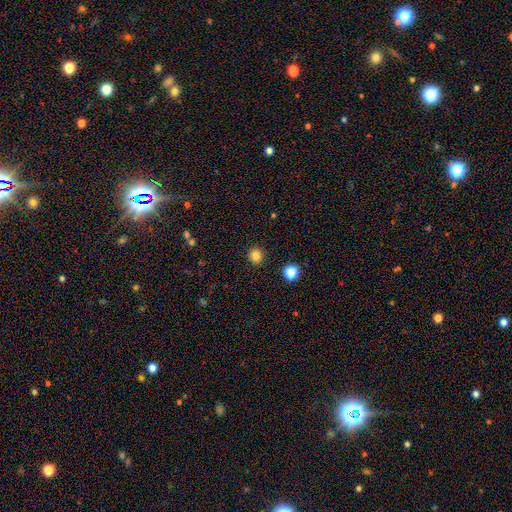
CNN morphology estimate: A smooth galaxy with no disk features (83%) that is round (93%).

Vote fractions:
- Smooth or featured? smooth: 83% / star or artifact: 13% / featured or disk: 4%
- How rounded? round: 93% / in between: 6% / cigar-shaped: 1%
- Merging? none: 92% / minor disturbance: 5% / major disturbance: 2% / merger: 1%